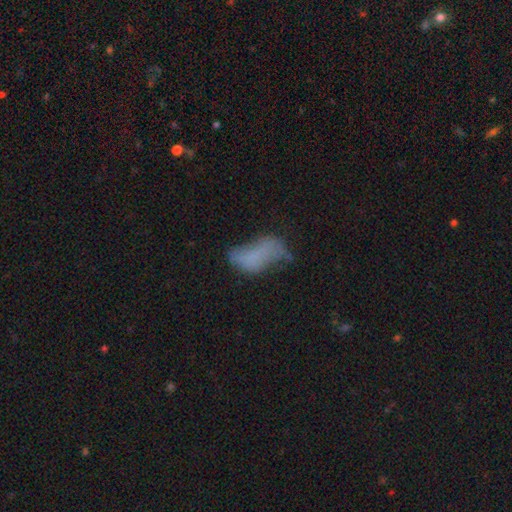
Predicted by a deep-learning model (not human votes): smooth-or-featured: smooth: 58% | featured or disk: 29% | star or artifact: 13%
  how-rounded: in between: 88% | cigar-shaped: 8% | round: 3%
  merging: major disturbance: 32% (tied) | minor disturbance: 32% (tied) | none: 30% | merger: 7%